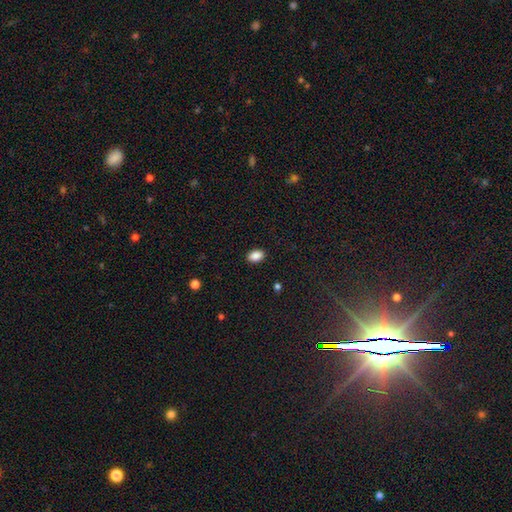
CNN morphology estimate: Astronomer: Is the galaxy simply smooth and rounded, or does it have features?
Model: smooth — 88%.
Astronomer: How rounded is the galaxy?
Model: in between — 85%.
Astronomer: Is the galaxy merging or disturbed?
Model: none — 89%.